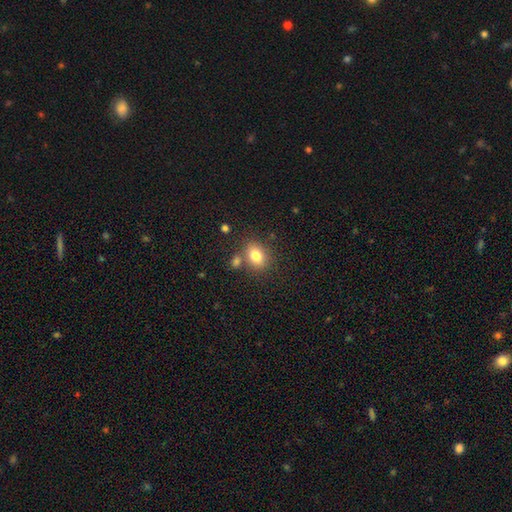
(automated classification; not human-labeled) Smooth or featured? Predicted: smooth (p=0.80). How rounded? Predicted: in between (p=0.66). Merging? Predicted: none (p=0.69).